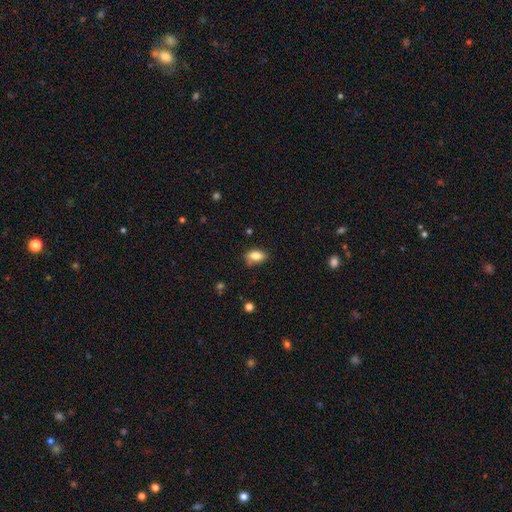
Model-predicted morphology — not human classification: The model was most divided on "merging": none: 69%, minor disturbance: 23%, major disturbance: 4%, merger: 4%. More confident: how rounded — in between (87%); smooth or featured — smooth (82%).